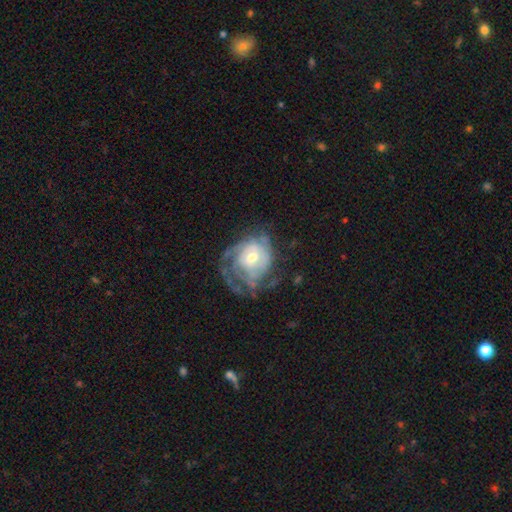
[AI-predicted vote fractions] Overall: featured or disk (79%). Edge-on disk: no (97%). Bar: no (68%). Spiral arms: yes (88%). Spiral arm count: can't tell (46%; 3 17%). Spiral winding: tight (62%; medium 28%). Bulge size: moderate (57%; small 36%). Merging: none (54%; major disturbance 23%).